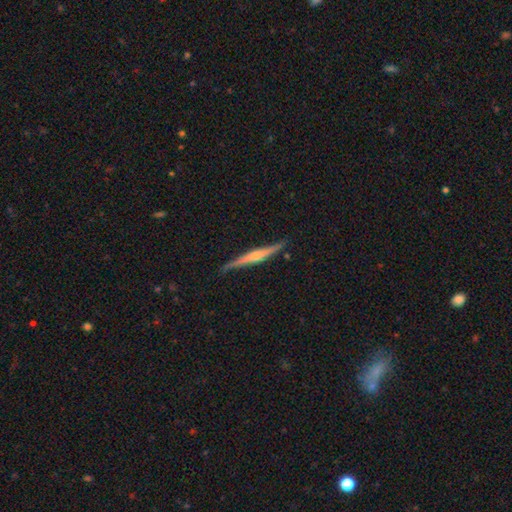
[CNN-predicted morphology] Q: Smooth or featured?
A: featured or disk (69%); runner-up: smooth (25%)
Q: Edge-on disk?
A: yes (97%); runner-up: no (3%)
Q: Edge-on bulge?
A: rounded (63%); runner-up: none (21%)
Q: Merging?
A: none (85%); runner-up: minor disturbance (12%)